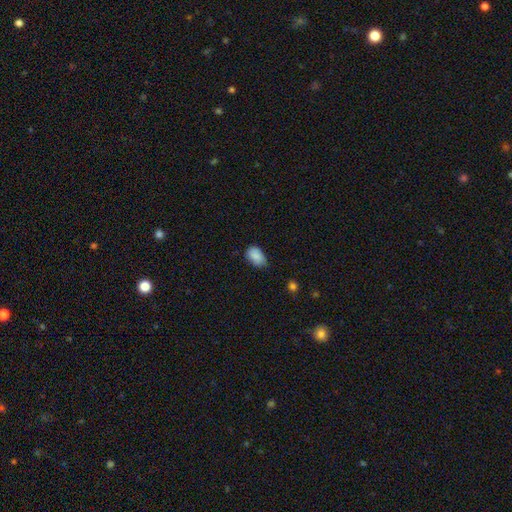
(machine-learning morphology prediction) This is clearly a smooth galaxy (87%). How rounded: clearly in between (85%). Merging: possibly none (56%).